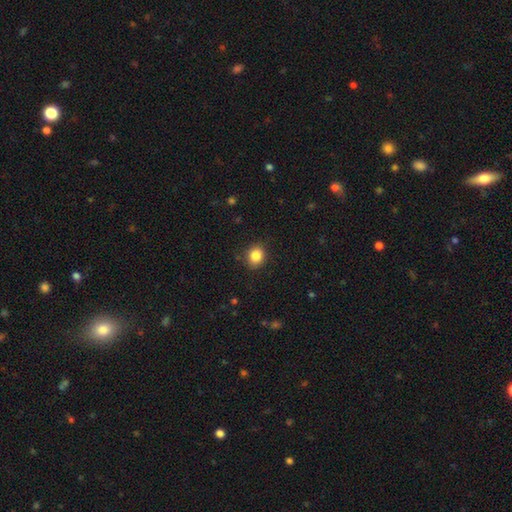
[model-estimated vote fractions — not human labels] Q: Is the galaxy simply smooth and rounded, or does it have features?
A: smooth — 85%.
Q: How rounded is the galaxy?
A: round — 67%.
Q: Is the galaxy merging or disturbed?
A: none — 88%.